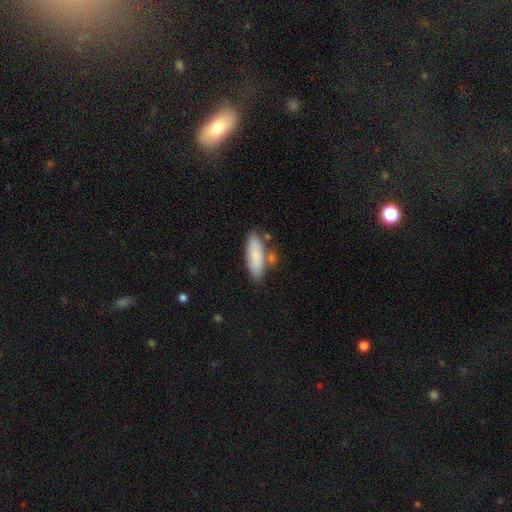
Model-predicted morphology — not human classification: This appears to be a smooth galaxy with no disk features (84%) that is in between round and cigar-shaped (55%). Merging: none (71%).